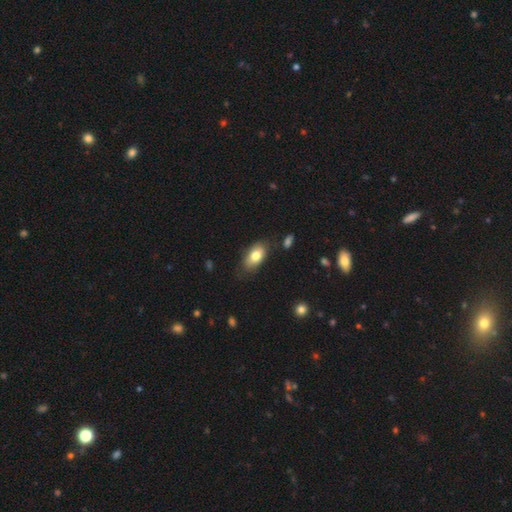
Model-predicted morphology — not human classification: smooth_or_featured: smooth (p=0.77) [alt: featured or disk p=0.16]
how_rounded: in between (p=0.91) [alt: round p=0.05]
merging: none (p=0.77) [alt: minor disturbance p=0.17]